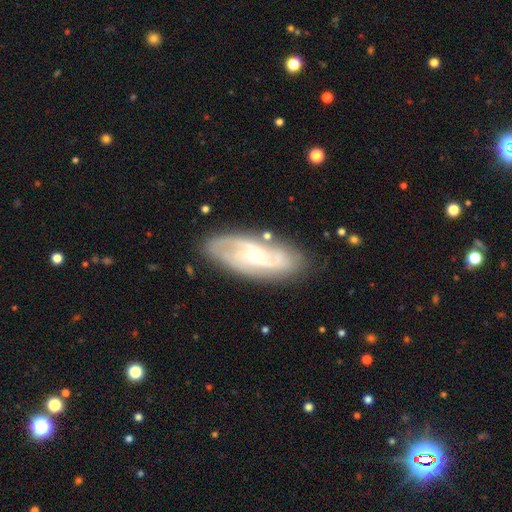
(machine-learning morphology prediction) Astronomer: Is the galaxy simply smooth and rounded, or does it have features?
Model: featured or disk — 80%.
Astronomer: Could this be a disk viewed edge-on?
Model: no — 92%.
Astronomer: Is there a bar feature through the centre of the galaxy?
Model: no — 59%.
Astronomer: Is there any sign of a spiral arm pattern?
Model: yes — 93%.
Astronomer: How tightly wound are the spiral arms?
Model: medium — 45% (runner-up: tight, 36%).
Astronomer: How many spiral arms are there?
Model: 2 — 46% (runner-up: can't tell, 22%).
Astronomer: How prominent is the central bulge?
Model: small — 72%.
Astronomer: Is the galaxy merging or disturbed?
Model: none — 78%.